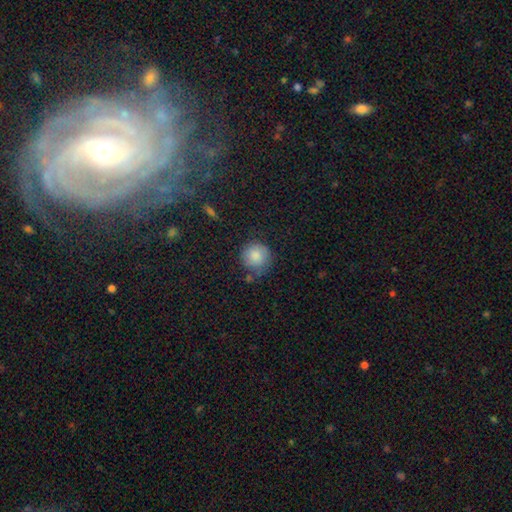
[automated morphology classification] Smooth or featured? smooth (85%)
How rounded? round (92%)
Merging? none (69%)